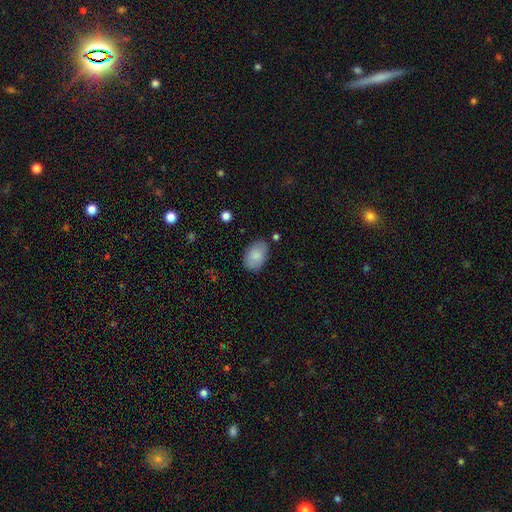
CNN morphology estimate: smooth 87%, featured or disk 7%, star or artifact 6%. Down the decision tree: how rounded — in between (89%); merging — none (81%).